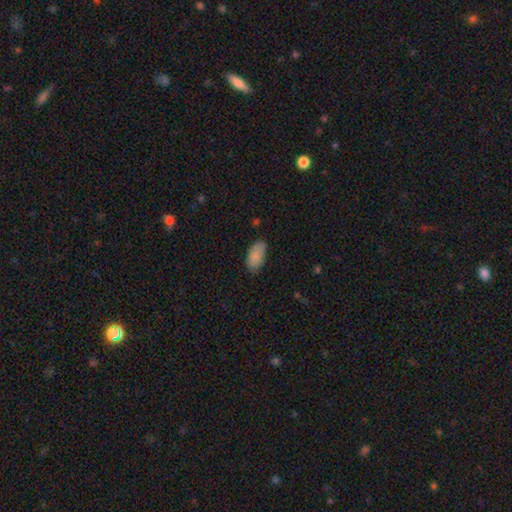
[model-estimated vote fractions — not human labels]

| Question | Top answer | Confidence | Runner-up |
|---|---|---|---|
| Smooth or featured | smooth | 87% | star or artifact (7%) |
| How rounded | in between | 94% | cigar-shaped (4%) |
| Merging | none | 73% | minor disturbance (22%) |